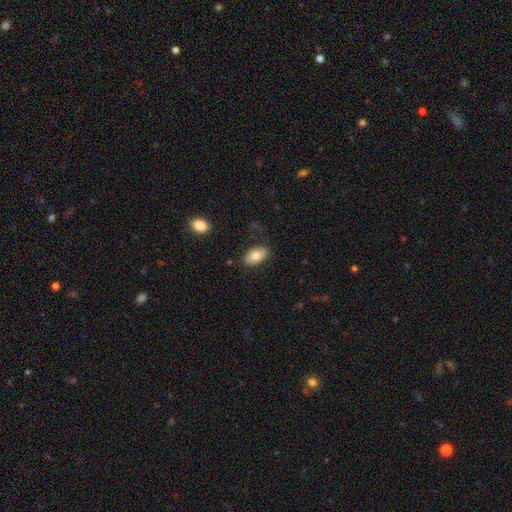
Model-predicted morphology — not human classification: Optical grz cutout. It shows a smooth galaxy with no disk features (79%) that is in between round and cigar-shaped (92%). Merging: none (82%).